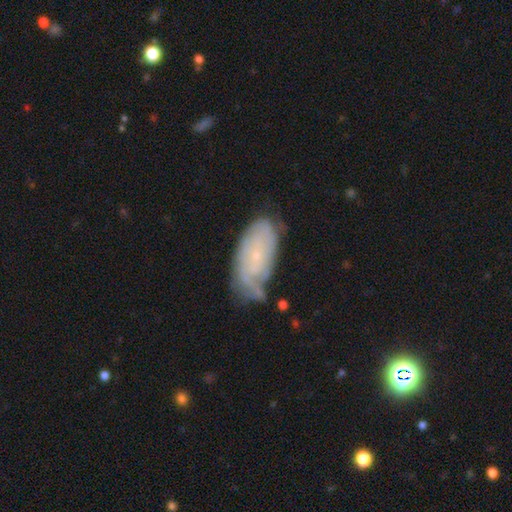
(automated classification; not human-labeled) A featured or disk galaxy (62%) with no bar (78%), spiral arms (80%) and a small central bulge (84%). Merging: none (57%).